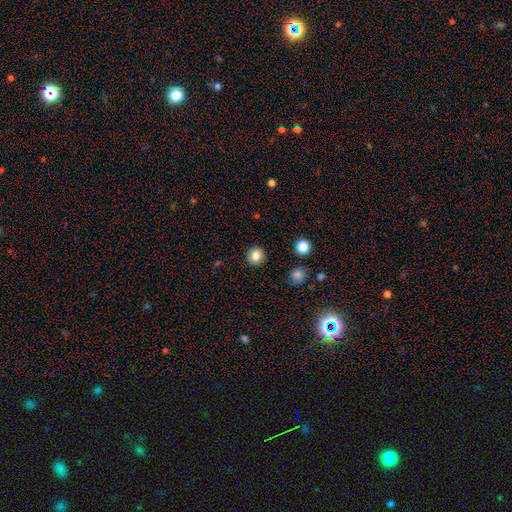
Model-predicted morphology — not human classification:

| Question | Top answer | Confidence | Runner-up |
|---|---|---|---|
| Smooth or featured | smooth | 83% | star or artifact (11%) |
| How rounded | round | 91% | in between (8%) |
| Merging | none | 92% | minor disturbance (5%) |